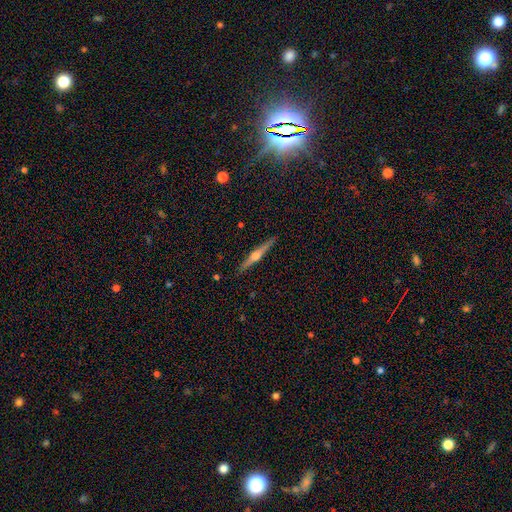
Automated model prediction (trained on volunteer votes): Q: Smooth or featured?
A: featured or disk (77%); runner-up: smooth (18%)
Q: Edge-on disk?
A: yes (98%); runner-up: no (2%)
Q: Edge-on bulge?
A: rounded (92%); runner-up: boxy (4%)
Q: Merging?
A: none (91%); runner-up: minor disturbance (6%)